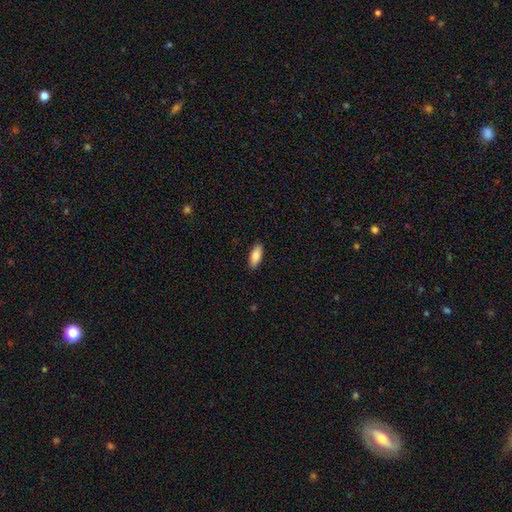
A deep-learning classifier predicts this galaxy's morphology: smooth-or-featured: smooth: 85% | featured or disk: 9% | star or artifact: 6%
  how-rounded: in between: 80% | cigar-shaped: 18% | round: 2%
  merging: none: 90% | minor disturbance: 8% | major disturbance: 2% | merger: 1%